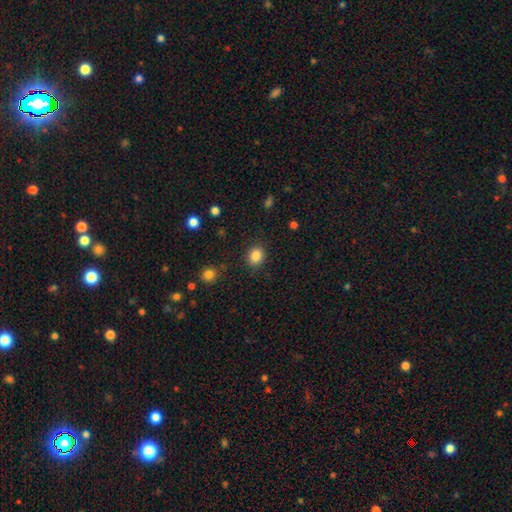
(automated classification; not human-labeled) Smooth or featured? Predicted: smooth (p=0.86). How rounded? Predicted: round (p=0.62). Merging? Predicted: none (p=0.88).